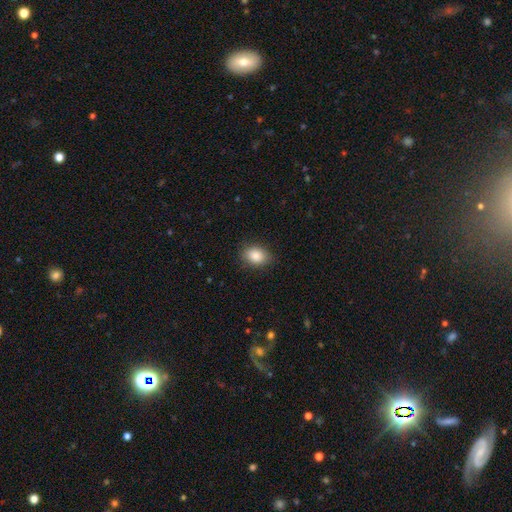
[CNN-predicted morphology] A smooth galaxy with no disk features (87%) that is in between round and cigar-shaped (72%).

Vote fractions:
- Smooth or featured? smooth: 87% / star or artifact: 8% / featured or disk: 5%
- How rounded? in between: 72% / round: 26% / cigar-shaped: 1%
- Merging? none: 83% / minor disturbance: 13% / major disturbance: 3% / merger: 1%